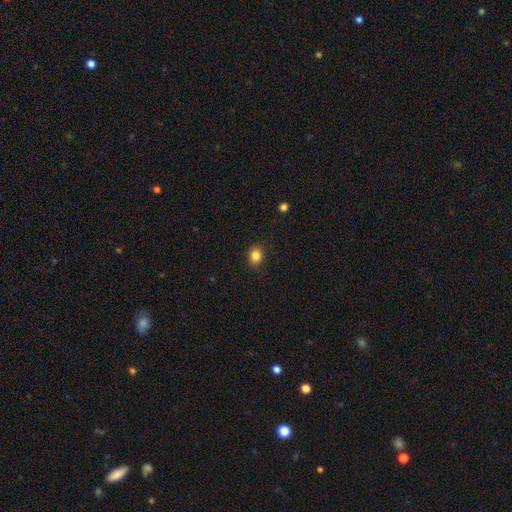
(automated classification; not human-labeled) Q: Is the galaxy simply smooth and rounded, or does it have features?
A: smooth — 84%.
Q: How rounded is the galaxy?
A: round — 68%.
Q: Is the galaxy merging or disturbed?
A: none — 88%.